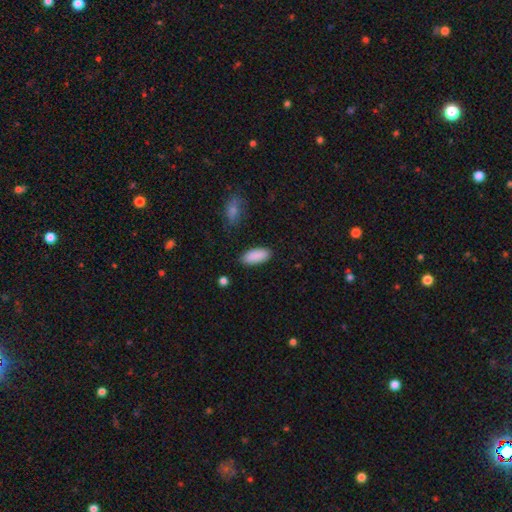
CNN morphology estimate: Smooth or featured? Predicted: smooth (p=0.90). How rounded? Predicted: in between (p=0.88). Merging? Predicted: none (p=0.87).